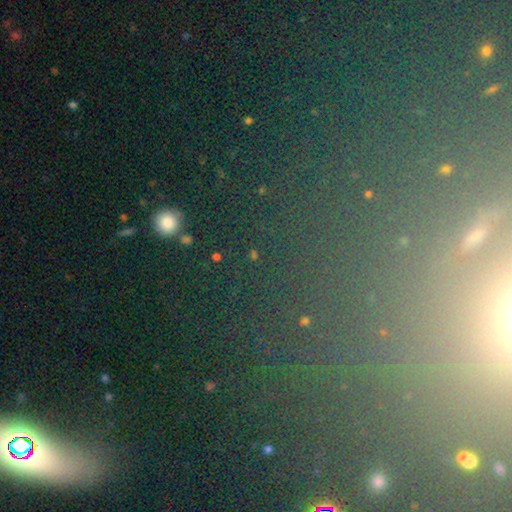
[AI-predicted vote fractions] The model was most divided on "smooth or featured": star or artifact: 64%, smooth: 26%, featured or disk: 11%.